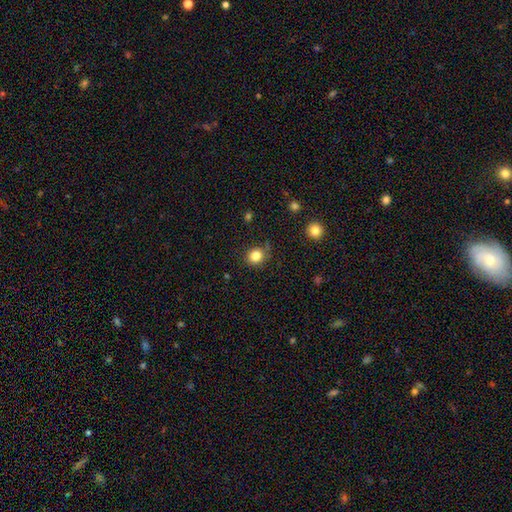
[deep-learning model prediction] smooth_or_featured: smooth (p=0.82) [alt: star or artifact p=0.12]
how_rounded: round (p=0.78) [alt: in between p=0.22]
merging: none (p=0.79) [alt: minor disturbance p=0.15]